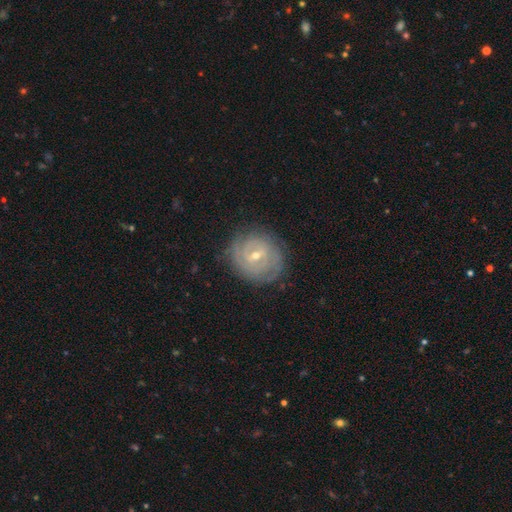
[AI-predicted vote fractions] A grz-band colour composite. It shows a featured or disk galaxy (82%) with a weak bar (57%), tight (78%) spiral arms (91%) and a small central bulge (55%). Merging: none (81%).